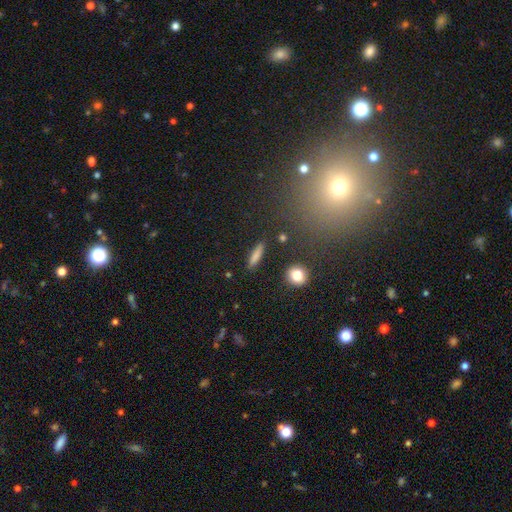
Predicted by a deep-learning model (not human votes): This is likely a smooth galaxy (78%). How rounded: clearly cigar-shaped (81%). Merging: clearly none (87%).